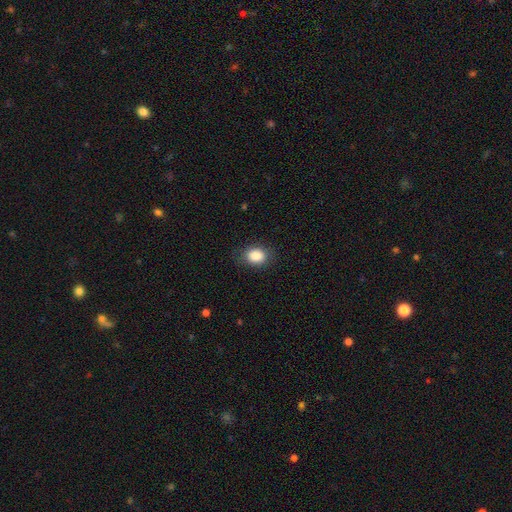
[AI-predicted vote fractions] This appears to be a smooth galaxy with no disk features (88%) that is in between round and cigar-shaped (63%). Merging: none (84%).